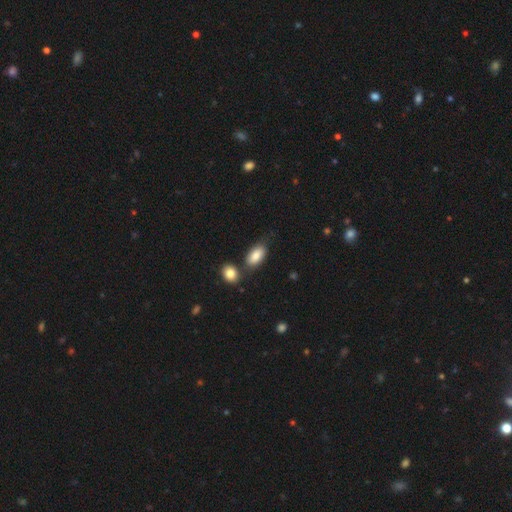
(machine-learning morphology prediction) smooth_or_featured: smooth (p=0.85) [alt: featured or disk p=0.09]
how_rounded: in between (p=0.92) [alt: cigar-shaped p=0.04]
merging: none (p=0.61) [alt: minor disturbance p=0.18]